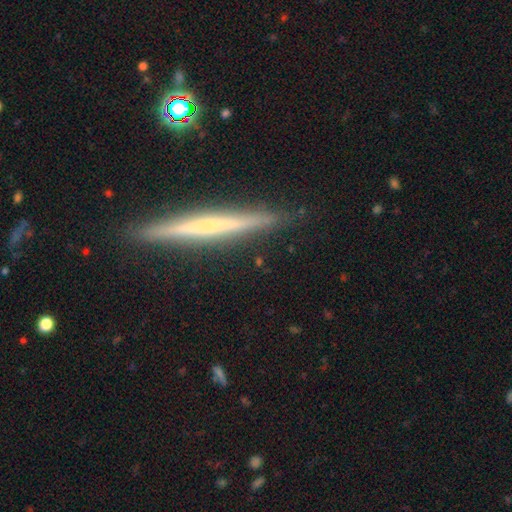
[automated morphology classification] This appears to be a featured or disk galaxy (60%) viewed edge-on (97%) with no central bulge (75%). Merging: none (90%).